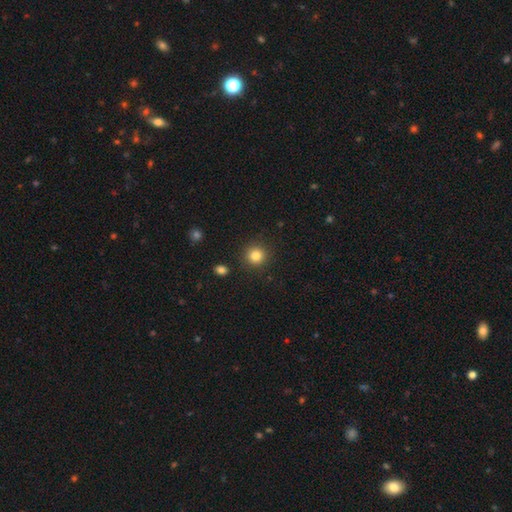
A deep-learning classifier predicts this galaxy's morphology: A smooth galaxy with no disk features (84%) that is round (93%).

Vote fractions:
- Smooth or featured? smooth: 84% / star or artifact: 11% / featured or disk: 5%
- How rounded? round: 93% / in between: 6% / cigar-shaped: 1%
- Merging? none: 90% / minor disturbance: 6% / major disturbance: 2% / merger: 2%